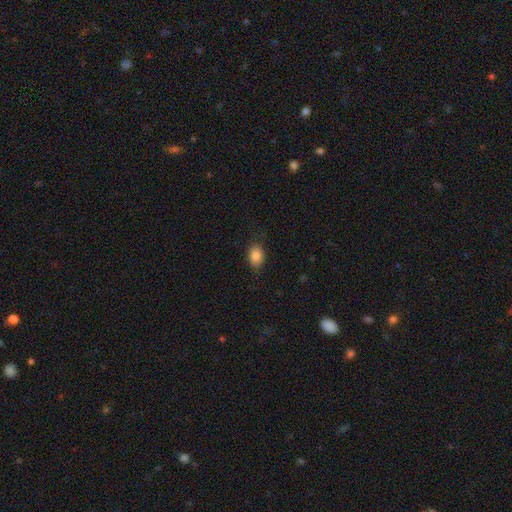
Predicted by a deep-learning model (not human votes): A smooth galaxy with no disk features (85%) that is in between round and cigar-shaped (78%).

Vote fractions:
- Smooth or featured? smooth: 85% / star or artifact: 9% / featured or disk: 6%
- How rounded? in between: 78% / round: 20% / cigar-shaped: 1%
- Merging? none: 83% / minor disturbance: 14% / major disturbance: 3% / merger: 1%